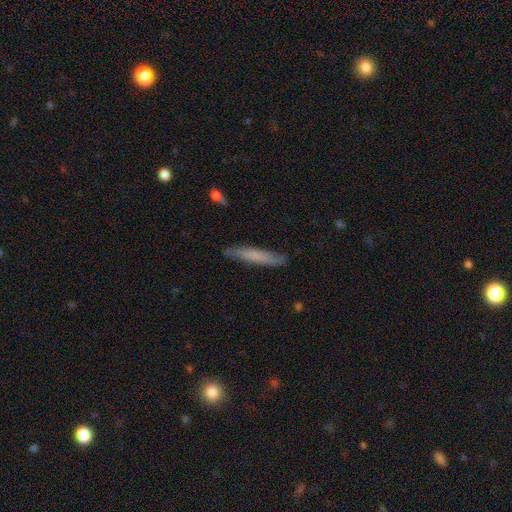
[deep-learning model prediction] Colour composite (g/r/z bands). It shows a smooth galaxy with no disk features (65%) that is cigar-shaped (91%). Merging: none (82%).